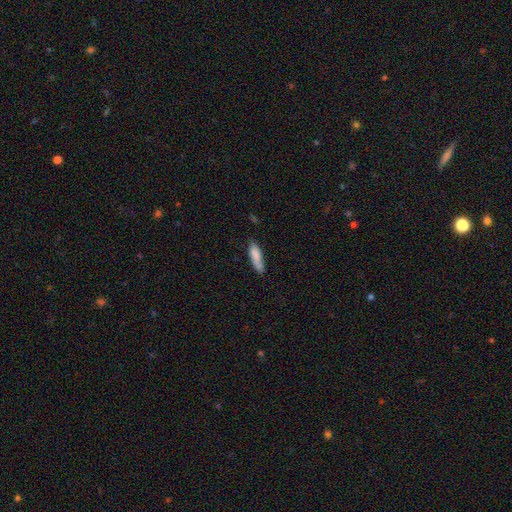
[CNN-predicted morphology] Smooth or featured?
  - smooth: 82% *
  - featured or disk: 11%
  - star or artifact: 7%
How rounded?
  - cigar-shaped: 67% *
  - in between: 31%
  - round: 2%
Merging?
  - none: 62% *
  - minor disturbance: 26%
  - major disturbance: 6%
  - merger: 6%